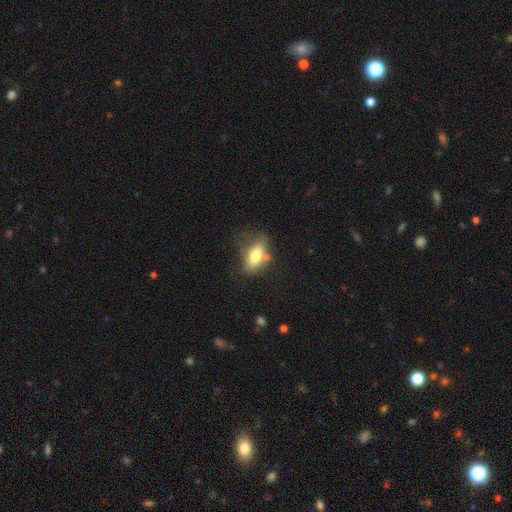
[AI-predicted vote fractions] Smooth or featured? smooth (71%)
How rounded? in between (84%)
Merging? none (42%)